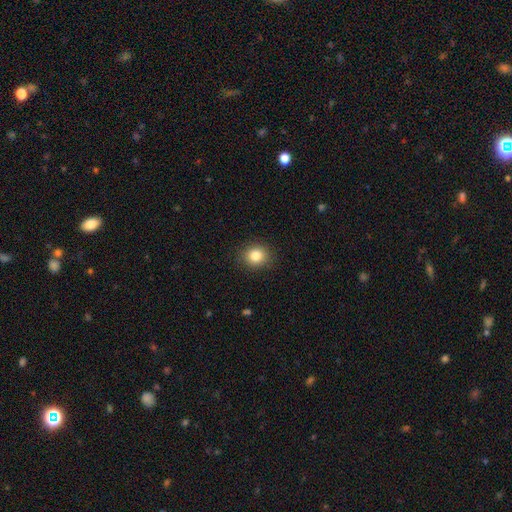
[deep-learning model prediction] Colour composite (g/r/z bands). It shows a smooth galaxy with no disk features (83%) that is round (78%). Merging: none (89%).